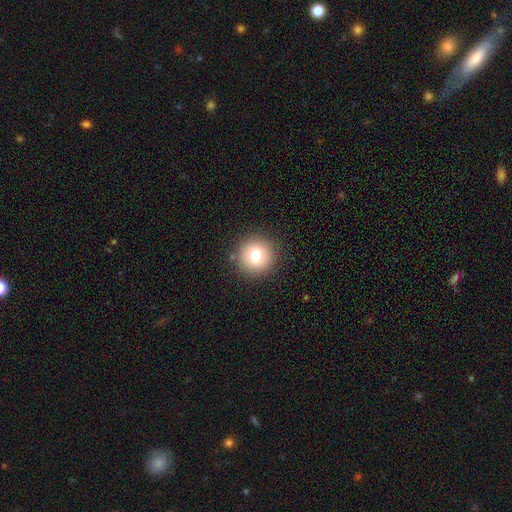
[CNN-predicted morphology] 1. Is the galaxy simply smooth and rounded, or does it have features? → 76% smooth, 12% featured or disk, 12% star or artifact.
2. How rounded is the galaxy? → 95% round, 4% in between, 1% cigar-shaped.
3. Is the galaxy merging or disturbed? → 90% none, 6% minor disturbance, 2% major disturbance, 1% merger.